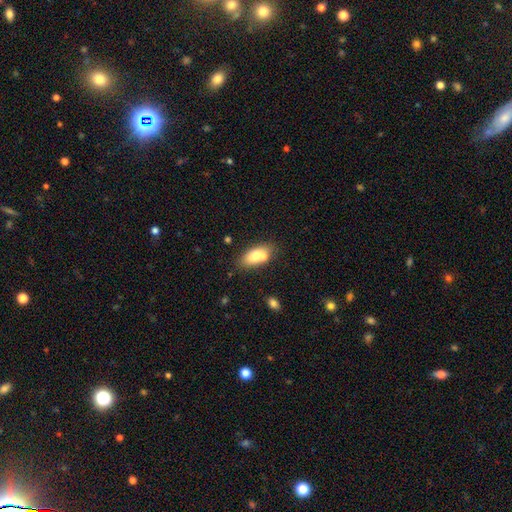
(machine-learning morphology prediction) Smooth or featured?
  - smooth: 70% *
  - featured or disk: 21%
  - star or artifact: 8%
How rounded?
  - in between: 84% *
  - cigar-shaped: 9%
  - round: 6%
Merging?
  - none: 54% *
  - merger: 29%
  - minor disturbance: 13%
  - major disturbance: 4%